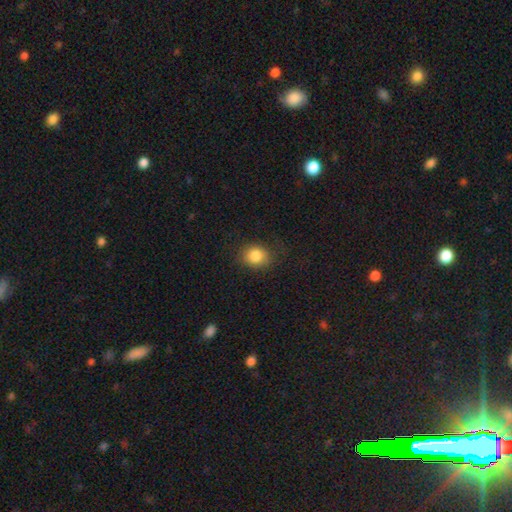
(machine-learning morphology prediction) This appears to be a smooth galaxy with no disk features (85%) that is round (69%). Merging: none (80%).